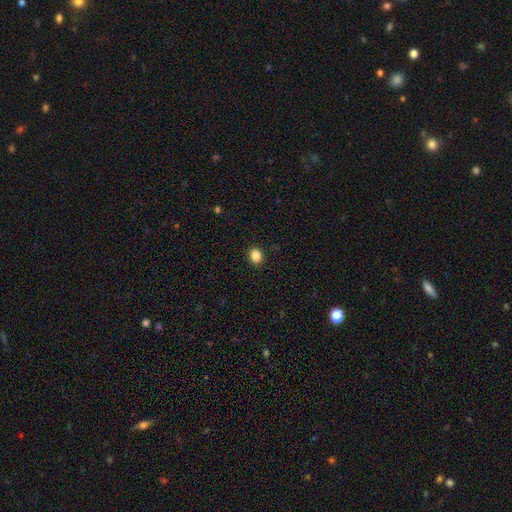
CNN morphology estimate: A smooth galaxy with no disk features (85%) that is round (53%). Merging: none (91%).